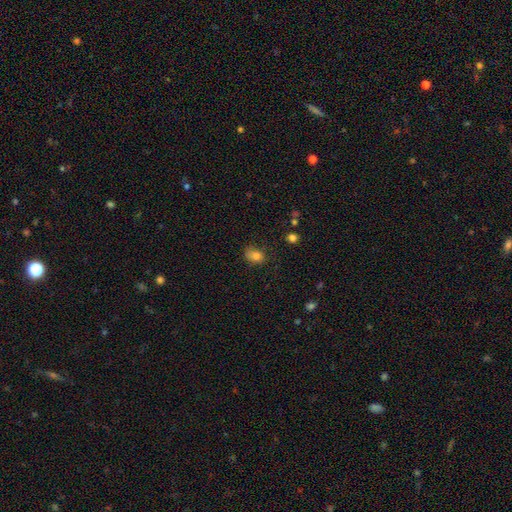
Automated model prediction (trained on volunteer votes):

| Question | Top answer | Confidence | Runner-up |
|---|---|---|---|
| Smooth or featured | smooth | 81% | star or artifact (12%) |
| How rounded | in between | 62% | round (37%) |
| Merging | none | 59% | minor disturbance (29%) |